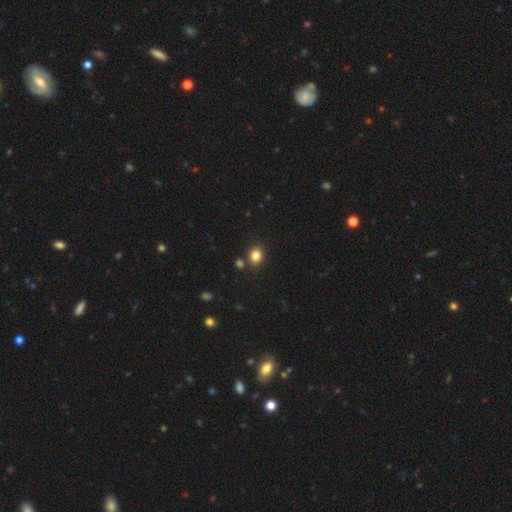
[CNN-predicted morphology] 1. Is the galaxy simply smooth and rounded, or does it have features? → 83% smooth, 12% star or artifact, 5% featured or disk.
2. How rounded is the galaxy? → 56% round, 43% in between, 1% cigar-shaped.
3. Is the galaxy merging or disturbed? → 80% none, 9% minor disturbance, 8% merger, 3% major disturbance.